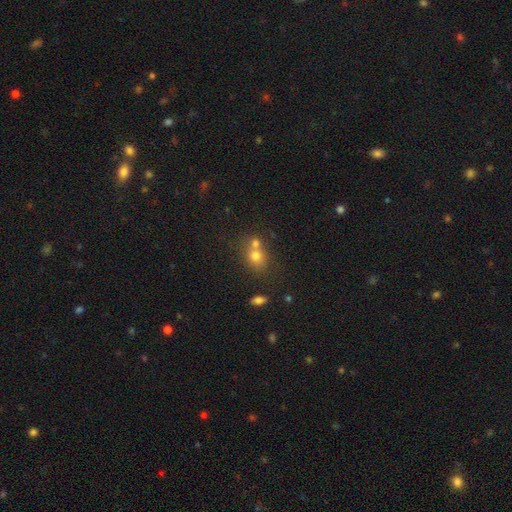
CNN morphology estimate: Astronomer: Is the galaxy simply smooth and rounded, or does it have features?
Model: smooth — 72%.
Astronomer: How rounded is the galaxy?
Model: round — 67%.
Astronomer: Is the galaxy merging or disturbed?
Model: merger — 47% (runner-up: none, 41%).